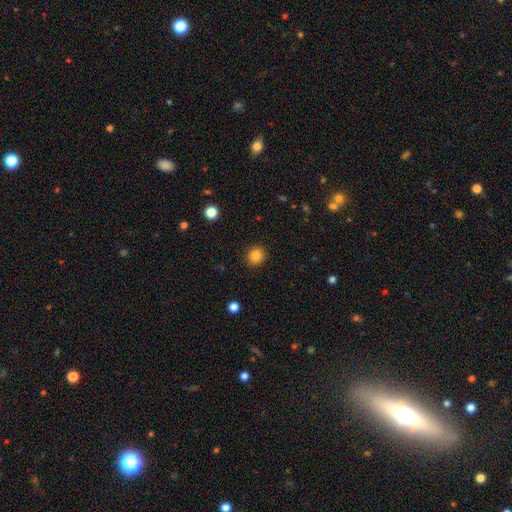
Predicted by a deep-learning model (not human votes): This is clearly a smooth galaxy (84%). How rounded: clearly round (89%). Merging: clearly none (90%).